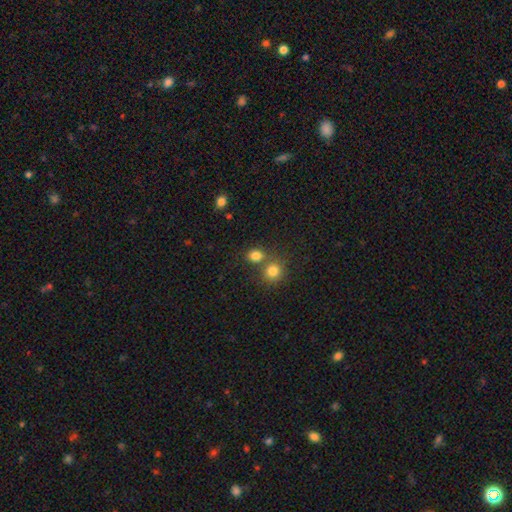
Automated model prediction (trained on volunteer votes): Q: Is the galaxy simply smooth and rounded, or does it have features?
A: smooth — 81%.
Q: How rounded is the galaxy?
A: round — 65%.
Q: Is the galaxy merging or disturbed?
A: none — 57%.